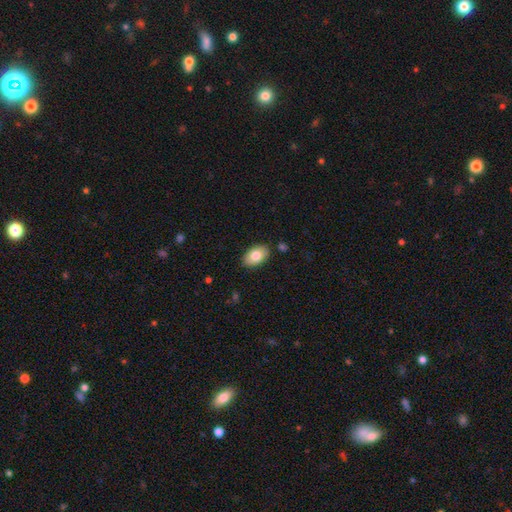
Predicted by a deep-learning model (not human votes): A smooth galaxy with no disk features (80%) that is in between round and cigar-shaped (93%).

Vote fractions:
- Smooth or featured? smooth: 80% / featured or disk: 13% / star or artifact: 7%
- How rounded? in between: 93% / round: 6% / cigar-shaped: 1%
- Merging? none: 86% / minor disturbance: 10% / major disturbance: 2% / merger: 2%